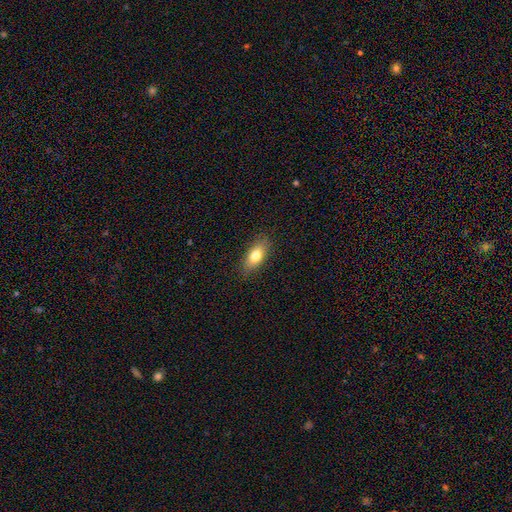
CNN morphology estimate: Smooth or featured? Predicted: smooth (p=0.77). How rounded? Predicted: in between (p=0.83). Merging? Predicted: none (p=0.85).